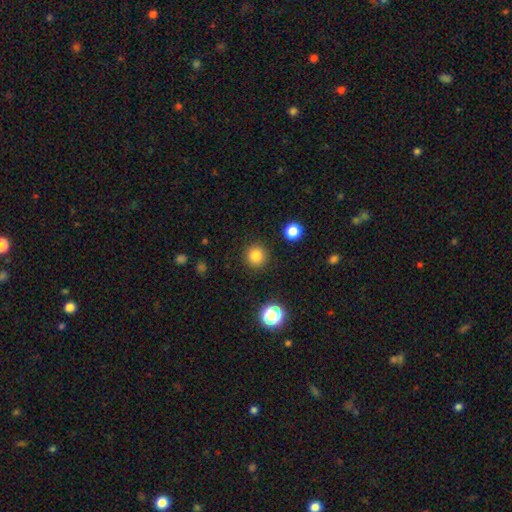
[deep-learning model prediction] Q: Smooth or featured?
A: smooth (83%); runner-up: star or artifact (12%)
Q: How rounded?
A: round (95%); runner-up: in between (5%)
Q: Merging?
A: none (91%); runner-up: minor disturbance (6%)